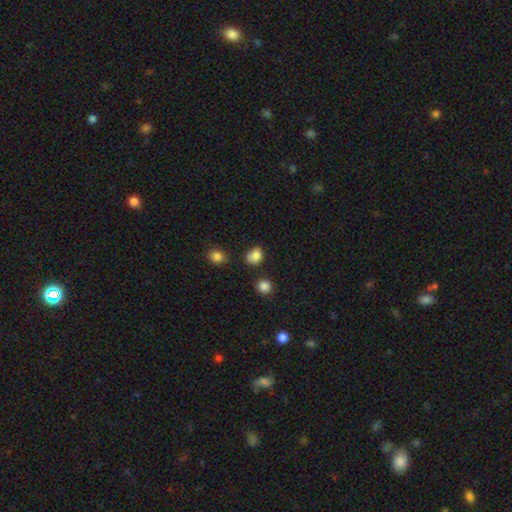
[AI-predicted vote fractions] The model was most divided on "how rounded": in between: 52%, round: 47%, cigar-shaped: 1%. More confident: smooth or featured — smooth (82%); merging — none (58%).